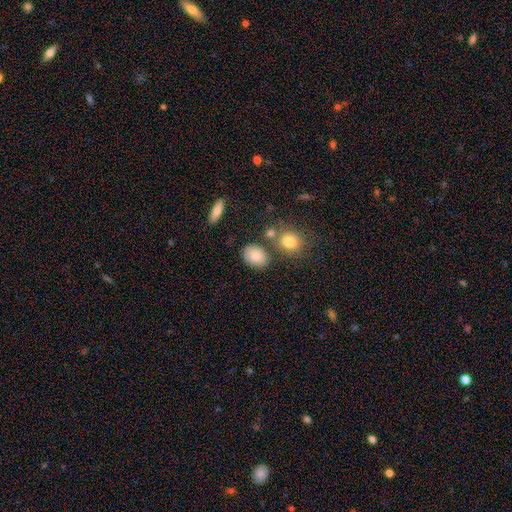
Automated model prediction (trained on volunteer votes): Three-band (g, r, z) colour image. It shows a smooth galaxy with no disk features (81%) that is in between round and cigar-shaped (62%). Merging: none (72%).